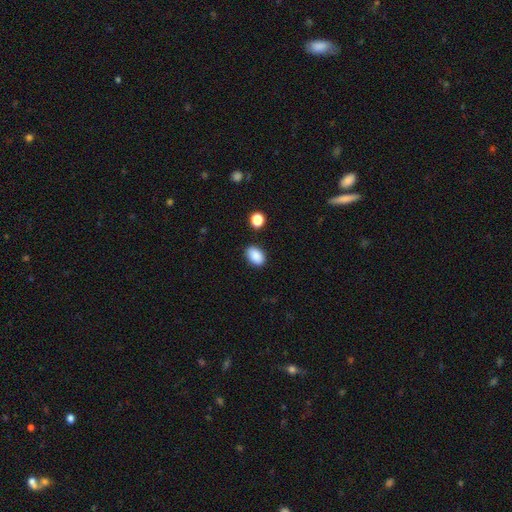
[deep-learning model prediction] A smooth galaxy with no disk features (88%) that is in between round and cigar-shaped (86%).

Vote fractions:
- Smooth or featured? smooth: 88% / star or artifact: 8% / featured or disk: 3%
- How rounded? in between: 86% / round: 13% / cigar-shaped: 1%
- Merging? none: 84% / minor disturbance: 11% / major disturbance: 3% / merger: 3%